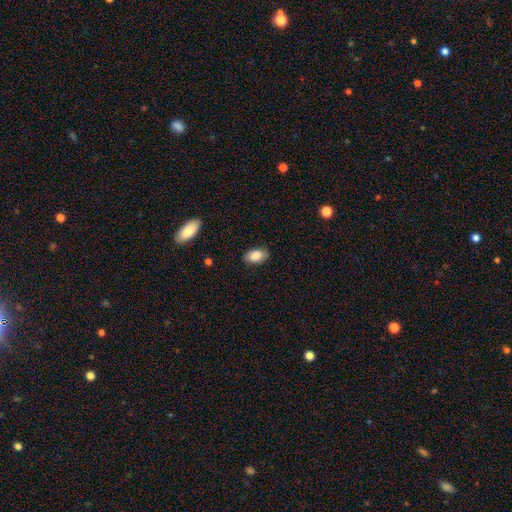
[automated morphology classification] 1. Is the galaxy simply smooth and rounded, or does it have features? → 87% smooth, 7% star or artifact, 6% featured or disk.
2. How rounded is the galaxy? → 92% in between, 7% round, 2% cigar-shaped.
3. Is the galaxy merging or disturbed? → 85% none, 11% minor disturbance, 2% major disturbance, 1% merger.